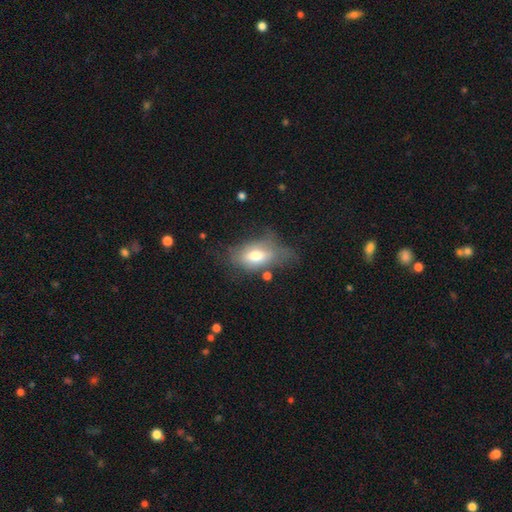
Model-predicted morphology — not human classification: This is likely a smooth galaxy (67%). How rounded: clearly in between (89%). Merging: marginally none (36%).